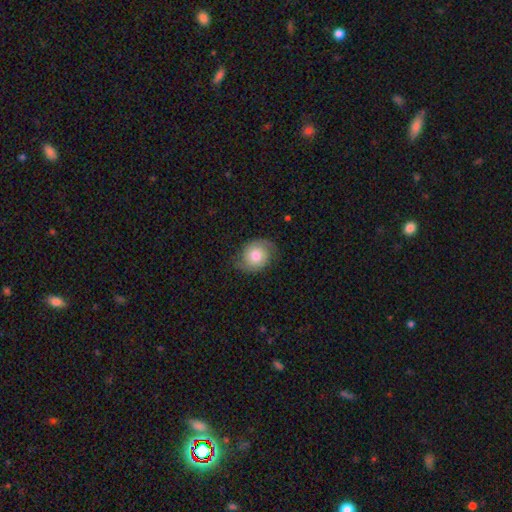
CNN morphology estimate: This appears to be a featured or disk galaxy (51%). Merging: none (72%).